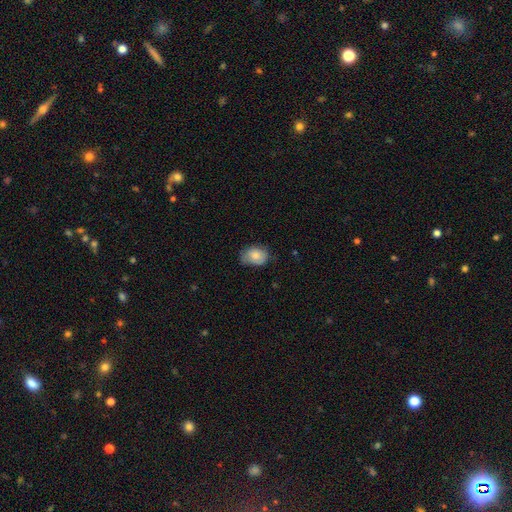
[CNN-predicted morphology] This appears to be a smooth galaxy with no disk features (80%) that is in between round and cigar-shaped (66%). Merging: none (61%).